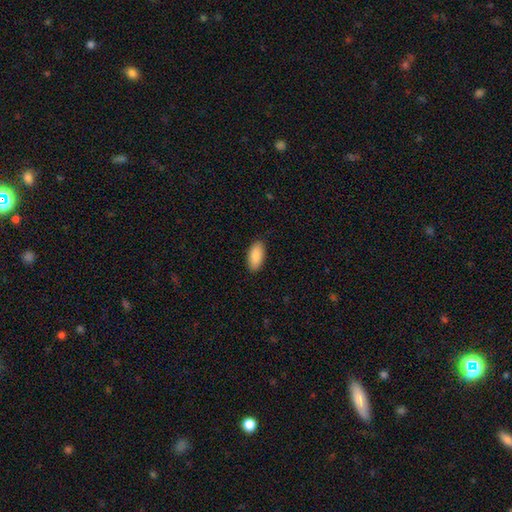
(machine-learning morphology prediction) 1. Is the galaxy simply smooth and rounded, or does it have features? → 89% smooth, 6% star or artifact, 5% featured or disk.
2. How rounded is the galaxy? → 92% in between, 6% cigar-shaped, 2% round.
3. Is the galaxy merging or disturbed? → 89% none, 8% minor disturbance, 2% major disturbance, 1% merger.